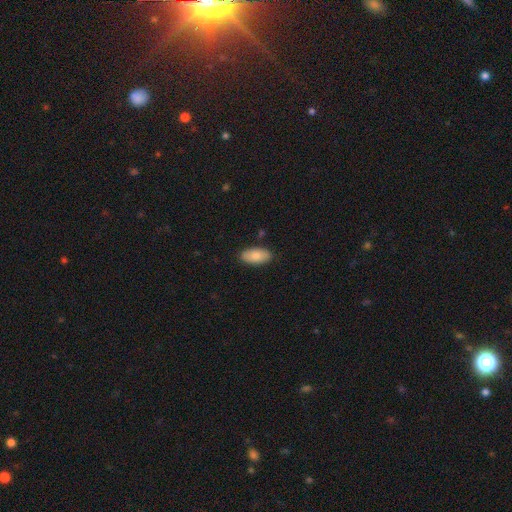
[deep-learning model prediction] Overall: smooth (82%). How rounded: in between (93%). Merging: none (86%).